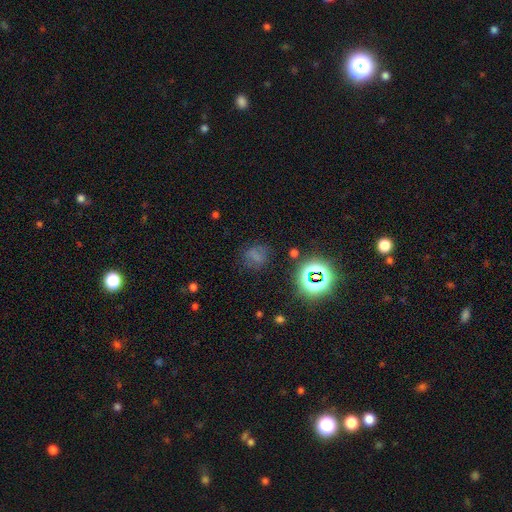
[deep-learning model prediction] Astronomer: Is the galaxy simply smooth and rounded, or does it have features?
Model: smooth — 53% (runner-up: star or artifact, 32%).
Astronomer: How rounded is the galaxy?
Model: round — 64%.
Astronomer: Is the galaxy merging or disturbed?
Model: none — 72%.